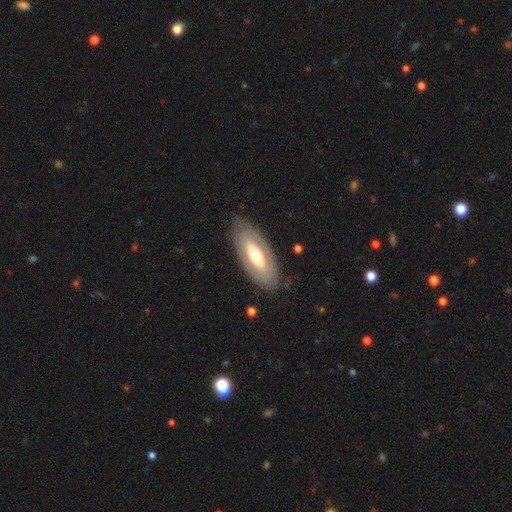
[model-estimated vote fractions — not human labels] The model was most divided on "smooth or featured": featured or disk: 54%, smooth: 41%, star or artifact: 5%. More confident: edge-on disk — no (83%); merging — none (81%).